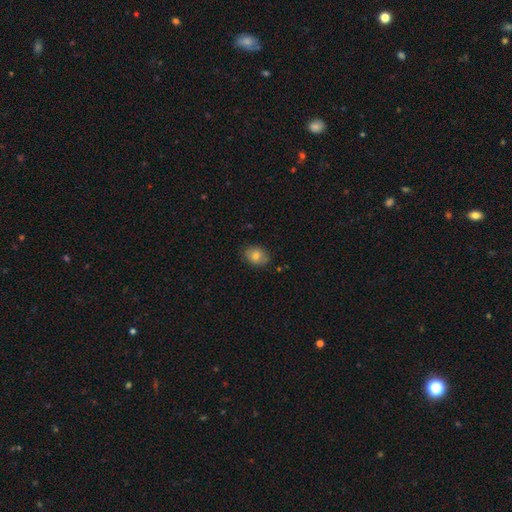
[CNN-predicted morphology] This is likely a smooth galaxy (77%). How rounded: likely in between (61%). Merging: clearly none (82%).